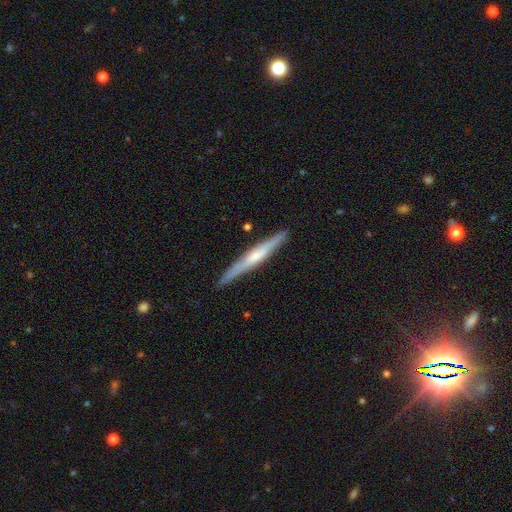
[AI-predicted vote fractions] Overall: featured or disk (63%; smooth 31%). Edge-on disk: yes (97%). Edge-on bulge: rounded (55%; none 29%). Merging: none (90%).